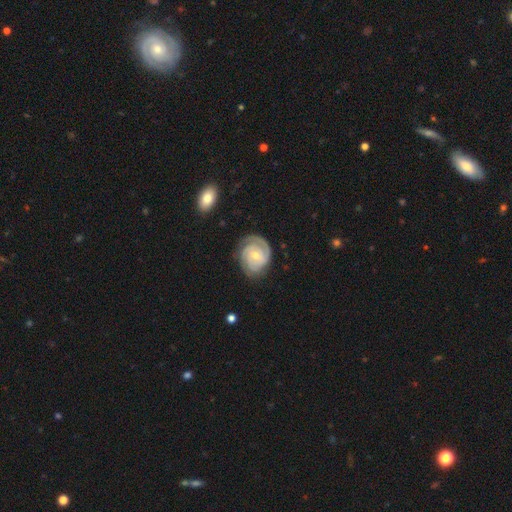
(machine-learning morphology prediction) type=featured or disk (87%); edge-on=no (98%); bar=no (57%); spiral arms=yes (97%); winding=tight (73%); arm count=2 (48%); bulge=small (55%); merging=none (74%).